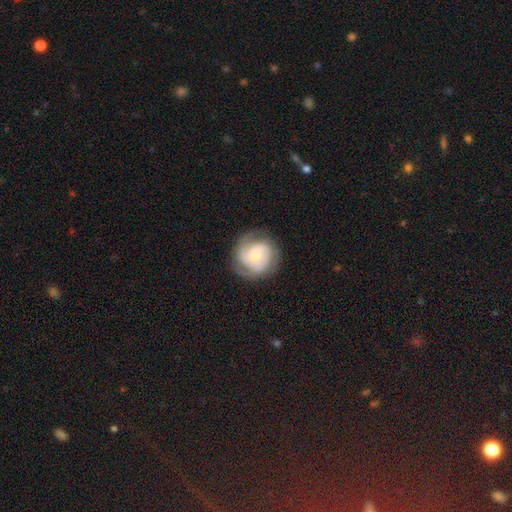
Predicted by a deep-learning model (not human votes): This is likely a featured or disk galaxy (78%). It is clearly not viewed edge-on (98%). Bar: likely no (74%). Spiral arm pattern: clearly yes (96%). Spiral arm count: marginally 3 (41%). Spiral winding: possibly tight (56%). Central bulge: likely small (61%). Merging: likely none (77%).